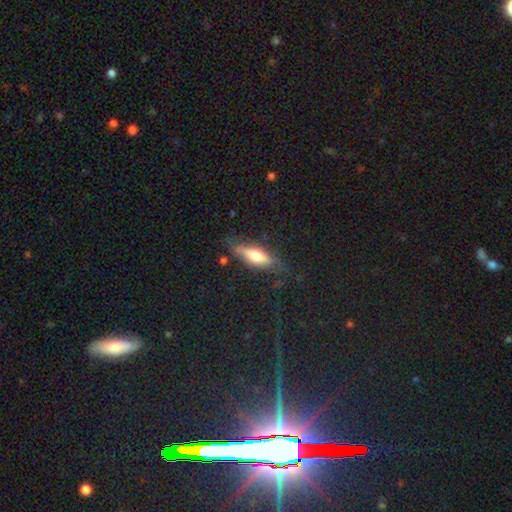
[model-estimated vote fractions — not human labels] This appears to be a smooth galaxy with no disk features (55%) that is in between round and cigar-shaped (50%). Merging: none (65%).